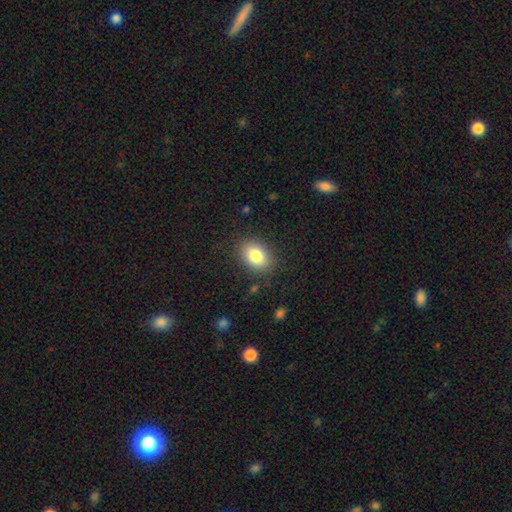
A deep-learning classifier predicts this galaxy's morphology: Overall: smooth (84%). How rounded: in between (78%). Merging: none (85%).